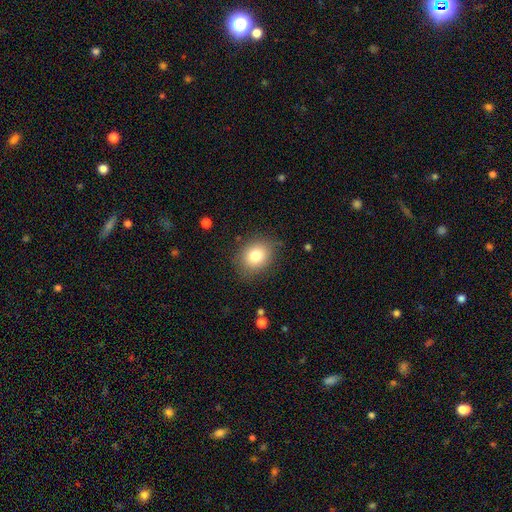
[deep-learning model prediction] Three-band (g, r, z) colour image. It shows a smooth galaxy with no disk features (80%) that is round (52%). Merging: none (81%).